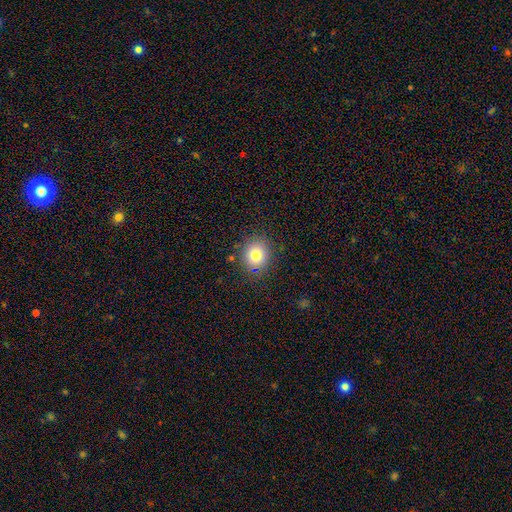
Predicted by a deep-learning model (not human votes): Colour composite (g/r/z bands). It shows a smooth galaxy with no disk features (78%) that is round (77%). Merging: none (87%).